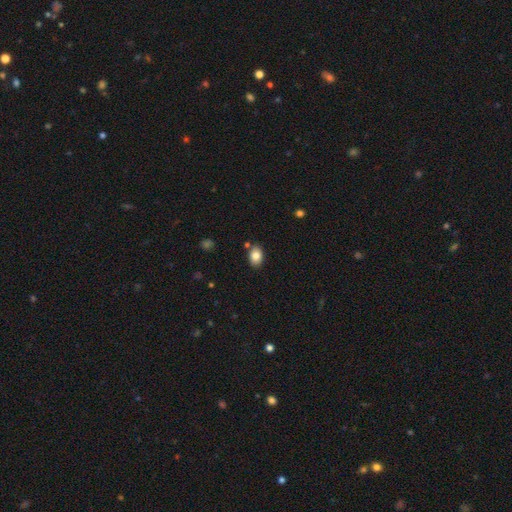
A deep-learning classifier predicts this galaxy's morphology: Q: Smooth or featured?
A: smooth (84%); runner-up: star or artifact (8%)
Q: How rounded?
A: in between (80%); runner-up: round (19%)
Q: Merging?
A: none (82%); runner-up: minor disturbance (11%)